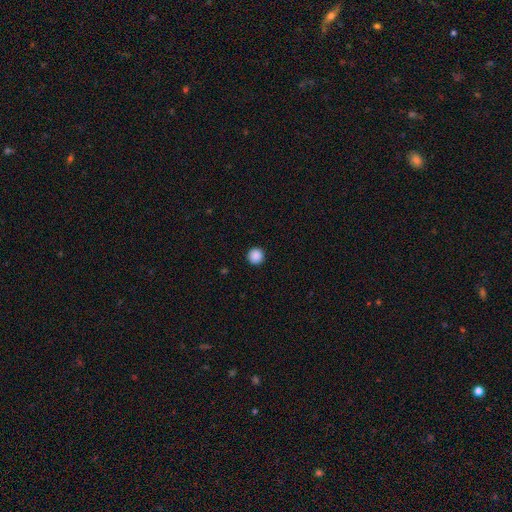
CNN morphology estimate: A smooth galaxy with no disk features (89%) that is round (96%).

Vote fractions:
- Smooth or featured? smooth: 89% / star or artifact: 9% / featured or disk: 2%
- How rounded? round: 96% / in between: 3% / cigar-shaped: 1%
- Merging? none: 93% / minor disturbance: 4% / major disturbance: 2% / merger: 1%